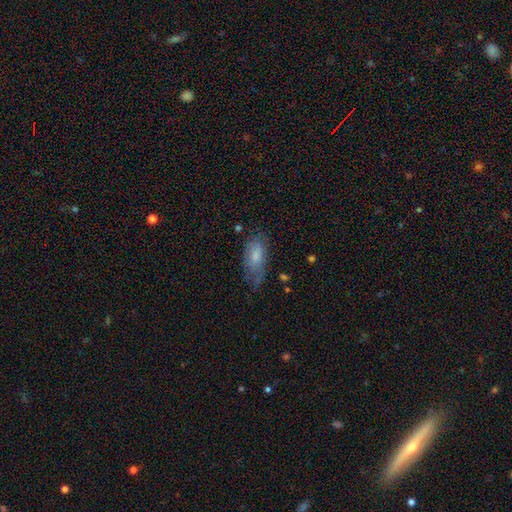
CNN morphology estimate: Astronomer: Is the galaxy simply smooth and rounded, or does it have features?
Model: smooth — 67%.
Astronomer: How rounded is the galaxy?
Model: in between — 87%.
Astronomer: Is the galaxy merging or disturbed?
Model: none — 51% (runner-up: minor disturbance, 32%).